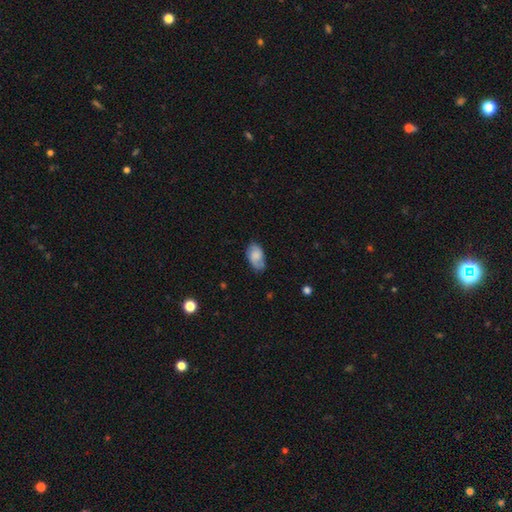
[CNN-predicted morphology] smooth 70%, featured or disk 23%, star or artifact 8%. Down the decision tree: how rounded — in between (92%); merging — none (65%).